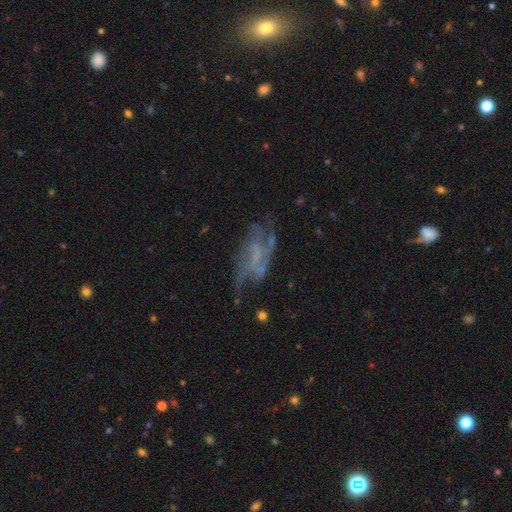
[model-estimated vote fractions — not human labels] featured or disk 72%, smooth 16%, star or artifact 12%. Down the decision tree: edge-on disk — no (93%); bar — no (53%); spiral arms — yes (72%); bulge size — none (64%); merging — none (50%).